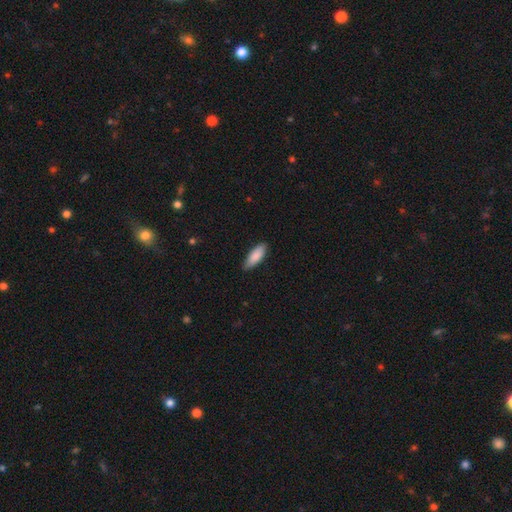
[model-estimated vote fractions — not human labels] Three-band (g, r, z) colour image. It shows a smooth galaxy with no disk features (86%) that is in between round and cigar-shaped (65%). Merging: none (82%).